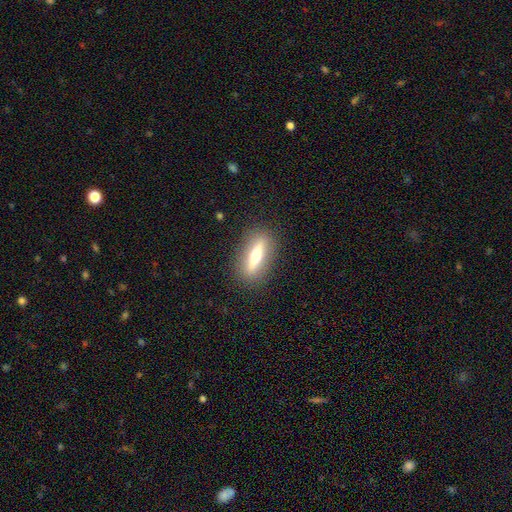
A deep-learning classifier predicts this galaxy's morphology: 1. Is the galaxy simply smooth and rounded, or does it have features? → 52% featured or disk, 40% smooth, 8% star or artifact.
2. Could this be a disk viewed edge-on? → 77% yes, 23% no.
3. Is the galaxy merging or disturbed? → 87% none, 8% minor disturbance, 4% major disturbance, 1% merger.